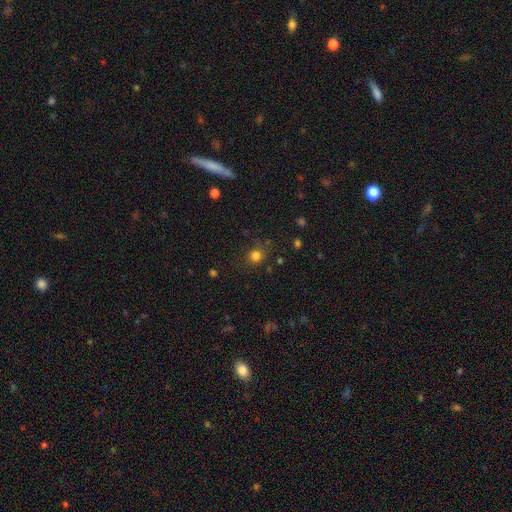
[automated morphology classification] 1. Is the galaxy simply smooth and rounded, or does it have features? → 79% smooth, 16% star or artifact, 5% featured or disk.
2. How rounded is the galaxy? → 86% round, 13% in between, 1% cigar-shaped.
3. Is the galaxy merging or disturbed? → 79% none, 13% minor disturbance, 5% major disturbance, 2% merger.